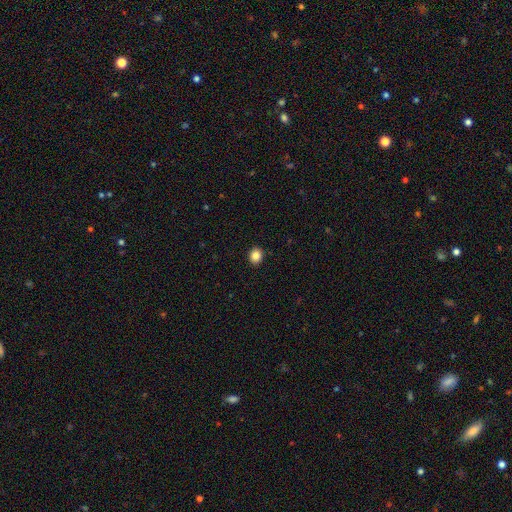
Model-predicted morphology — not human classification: smooth 85%, star or artifact 10%, featured or disk 5%. Down the decision tree: how rounded — round (67%); merging — none (92%).